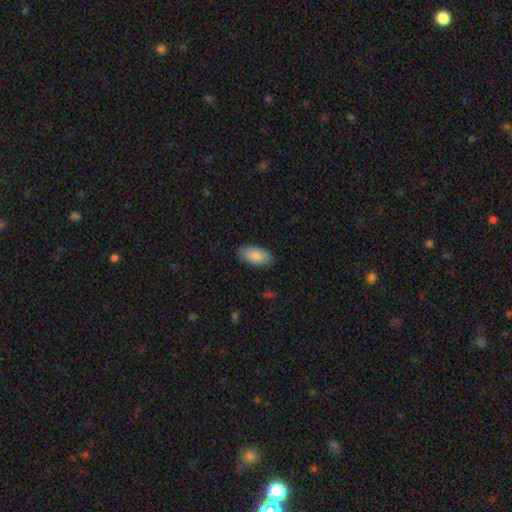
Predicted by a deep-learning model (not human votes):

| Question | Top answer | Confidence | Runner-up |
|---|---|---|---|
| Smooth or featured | smooth | 87% | featured or disk (7%) |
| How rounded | in between | 93% | cigar-shaped (5%) |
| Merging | none | 86% | minor disturbance (11%) |